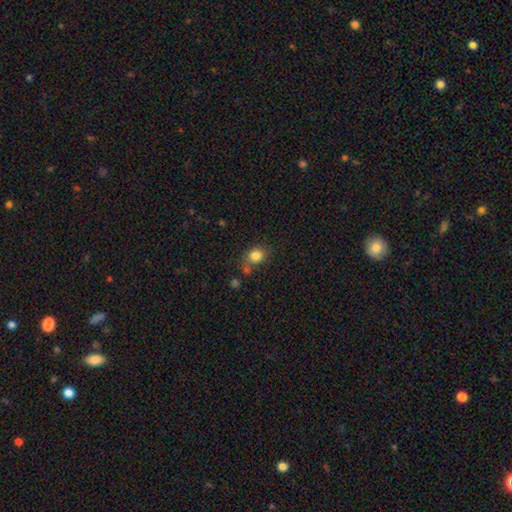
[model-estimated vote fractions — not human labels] smooth-or-featured: smooth: 83% | star or artifact: 11% | featured or disk: 6%
  how-rounded: round: 66% | in between: 33% | cigar-shaped: 1%
  merging: none: 64% | minor disturbance: 16% | merger: 14% | major disturbance: 5%